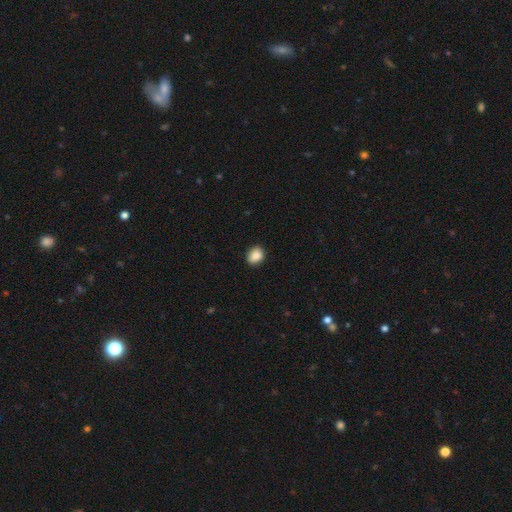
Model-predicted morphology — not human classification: This appears to be a smooth galaxy with no disk features (88%) that is in between round and cigar-shaped (50%). Merging: none (87%).